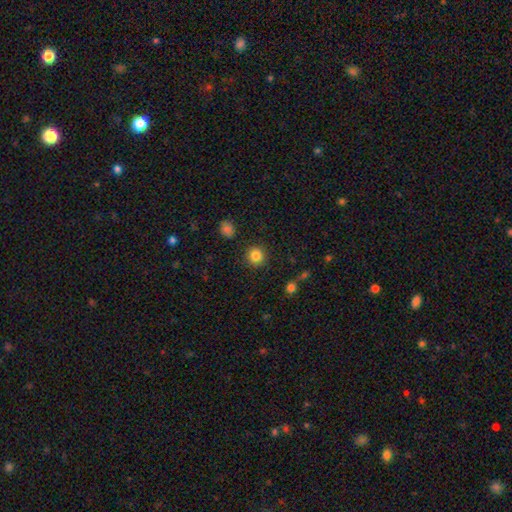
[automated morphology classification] This is clearly a smooth galaxy (85%). How rounded: clearly round (93%). Merging: clearly none (91%).